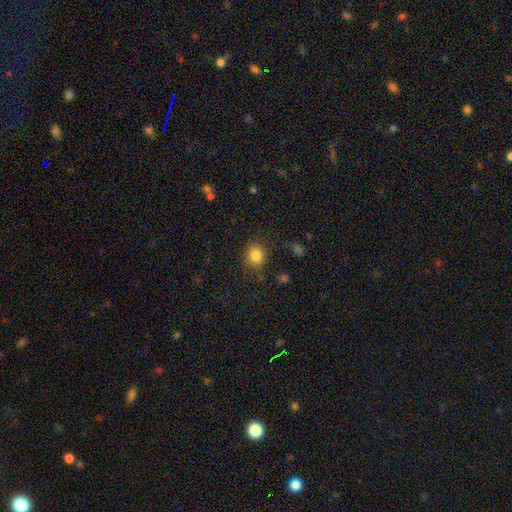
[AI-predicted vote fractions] The model was most divided on "how rounded": round: 69%, in between: 30%, cigar-shaped: 1%. More confident: smooth or featured — smooth (83%); merging — none (82%).